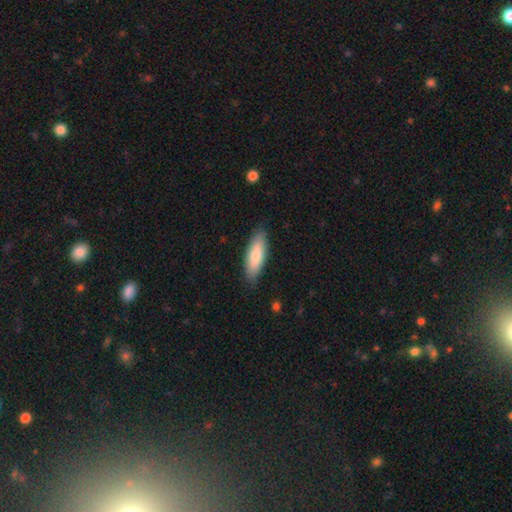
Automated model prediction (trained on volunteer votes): A smooth galaxy with no disk features (77%) that is in between round and cigar-shaped (62%). Merging: none (85%).